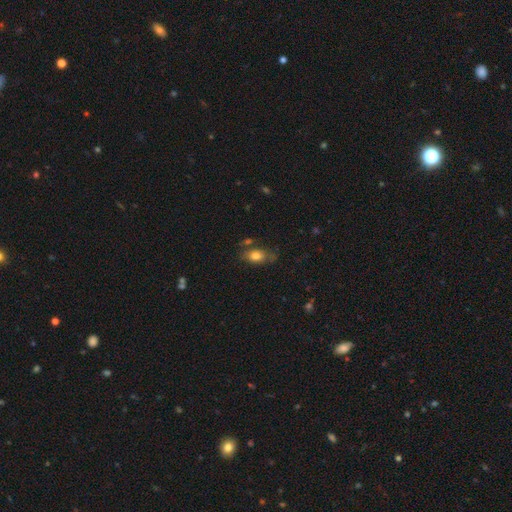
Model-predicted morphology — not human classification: Smooth or featured?
  - smooth: 76% *
  - featured or disk: 16%
  - star or artifact: 9%
How rounded?
  - in between: 84% *
  - round: 10%
  - cigar-shaped: 6%
Merging?
  - none: 62% *
  - minor disturbance: 23%
  - merger: 7%
  - major disturbance: 7%